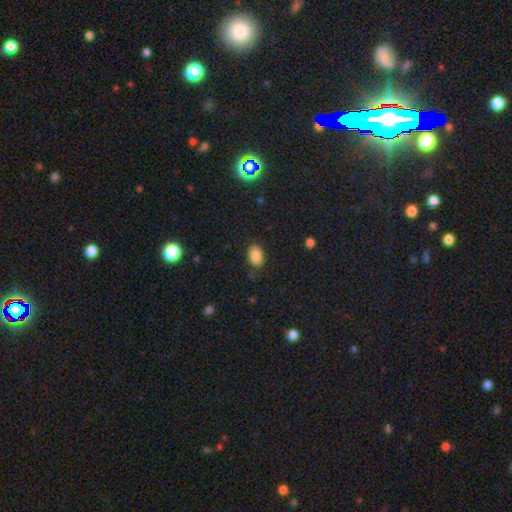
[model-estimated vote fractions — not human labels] smooth_or_featured: smooth (p=0.85) [alt: star or artifact p=0.10]
how_rounded: in between (p=0.81) [alt: round p=0.17]
merging: none (p=0.82) [alt: minor disturbance p=0.14]